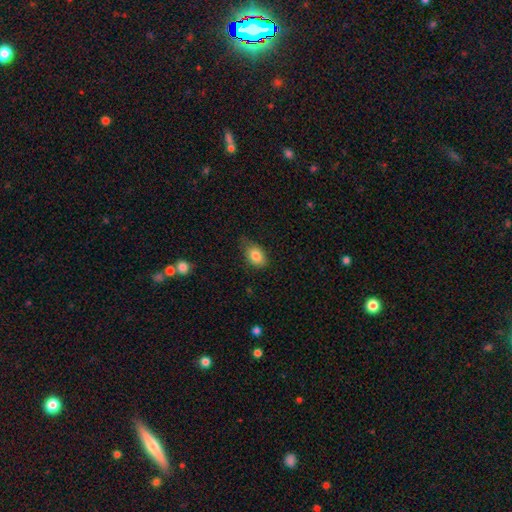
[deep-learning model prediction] Smooth or featured?
  - smooth: 83% *
  - star or artifact: 9%
  - featured or disk: 8%
How rounded?
  - in between: 79% *
  - round: 20%
  - cigar-shaped: 1%
Merging?
  - none: 65% *
  - minor disturbance: 28%
  - major disturbance: 6%
  - merger: 1%